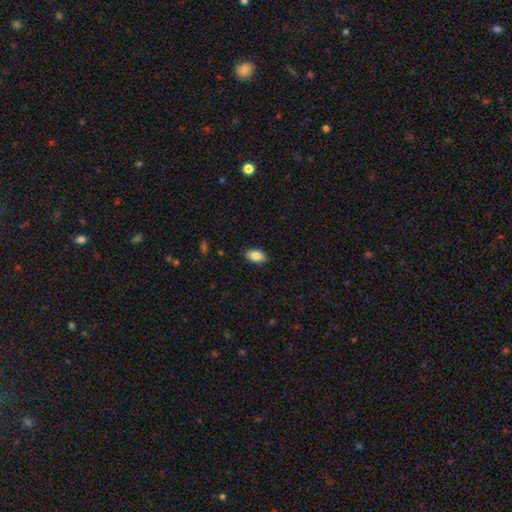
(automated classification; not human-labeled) Q: Smooth or featured?
A: smooth (86%); runner-up: star or artifact (7%)
Q: How rounded?
A: in between (93%); runner-up: round (5%)
Q: Merging?
A: none (89%); runner-up: minor disturbance (8%)